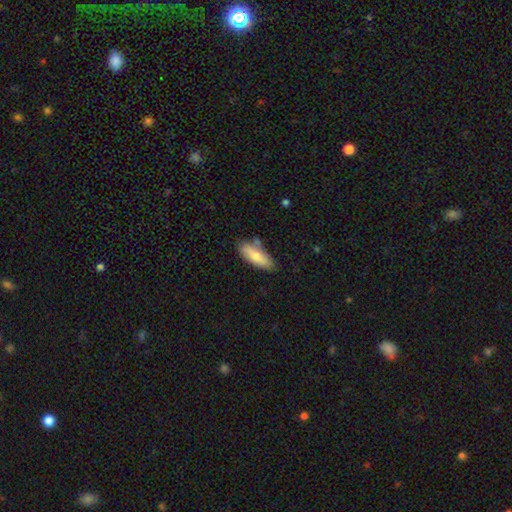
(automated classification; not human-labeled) smooth_or_featured: smooth (p=0.73) [alt: featured or disk p=0.21]
how_rounded: in between (p=0.64) [alt: cigar-shaped p=0.33]
merging: none (p=0.70) [alt: minor disturbance p=0.19]